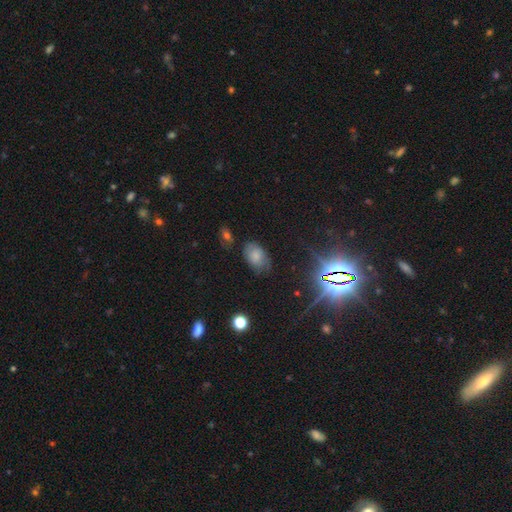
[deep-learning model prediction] smooth-or-featured: smooth: 70% | featured or disk: 15% | star or artifact: 15%
  how-rounded: in between: 87% | round: 12% | cigar-shaped: 1%
  merging: none: 68% | minor disturbance: 23% | major disturbance: 6% | merger: 3%